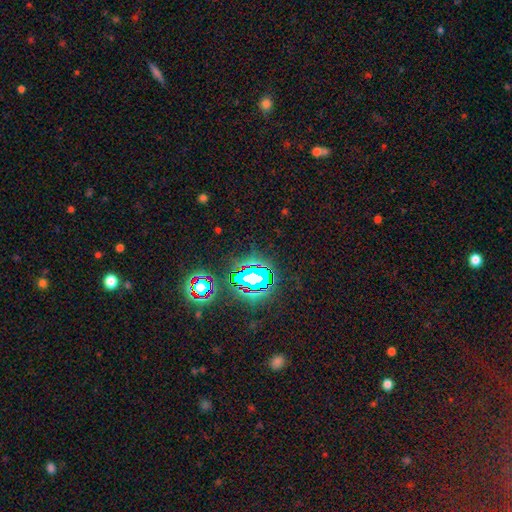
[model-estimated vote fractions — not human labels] Overall: star or artifact (82%).